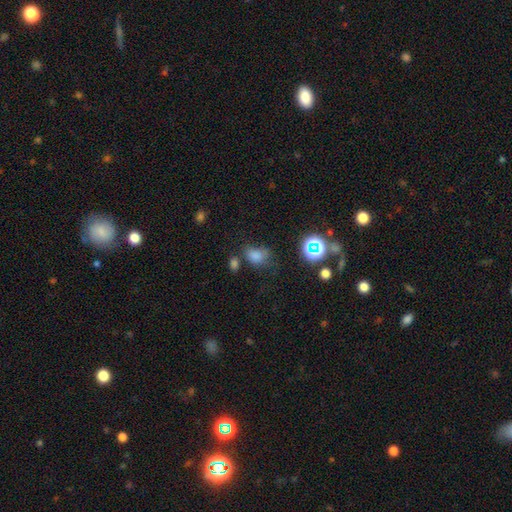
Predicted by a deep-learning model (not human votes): smooth-or-featured: smooth: 69% | star or artifact: 22% | featured or disk: 9%
  how-rounded: in between: 61% | round: 38% | cigar-shaped: 1%
  merging: none: 52% | minor disturbance: 25% | major disturbance: 12% | merger: 11%